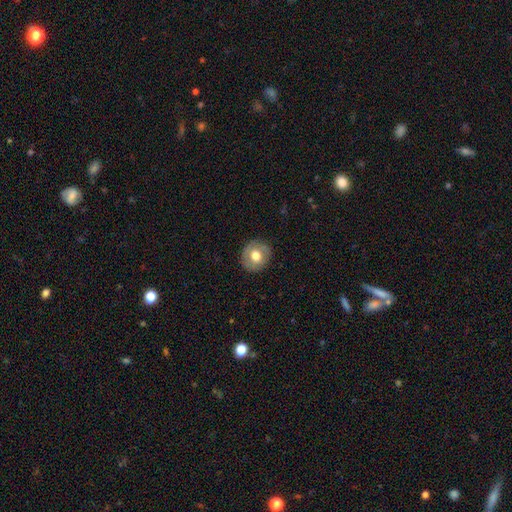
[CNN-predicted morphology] The model was most divided on "smooth or featured": smooth: 65%, featured or disk: 27%, star or artifact: 8%. More confident: merging — none (86%); how rounded — round (84%).